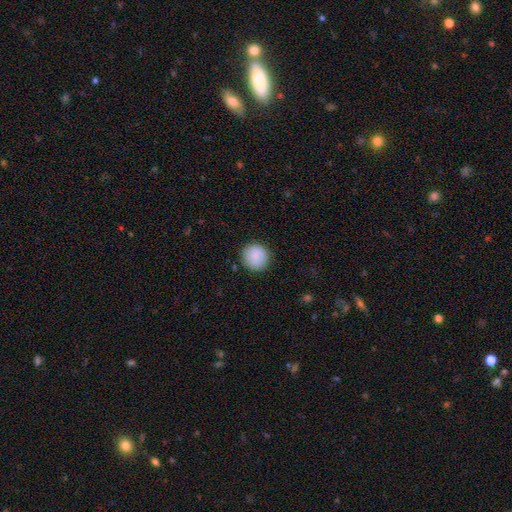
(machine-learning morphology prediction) Overall: smooth (89%). How rounded: round (93%). Merging: none (89%).